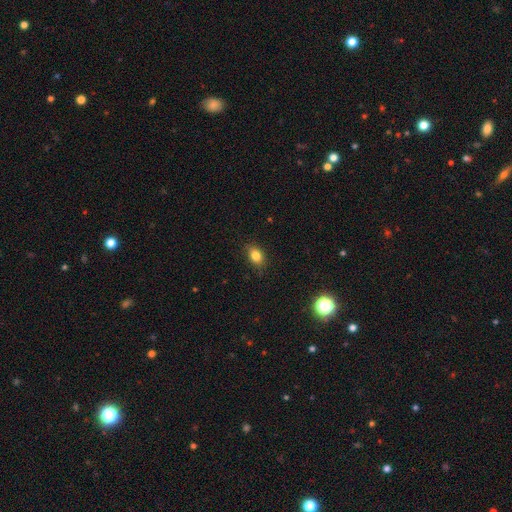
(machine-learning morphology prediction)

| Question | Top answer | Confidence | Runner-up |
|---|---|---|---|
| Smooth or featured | smooth | 82% | star or artifact (11%) |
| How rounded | in between | 73% | round (26%) |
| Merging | none | 84% | minor disturbance (12%) |